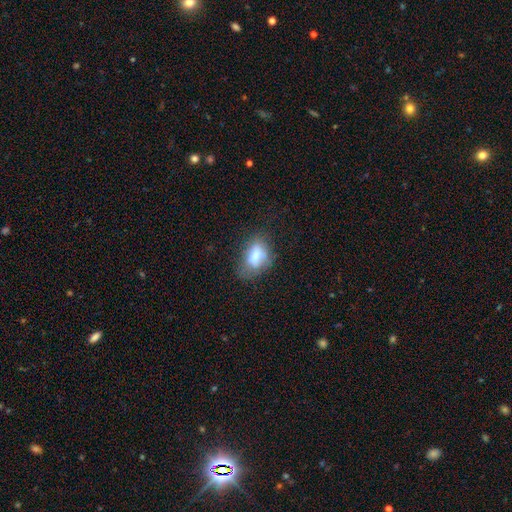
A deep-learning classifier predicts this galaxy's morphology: Q: Smooth or featured?
A: smooth (71%); runner-up: featured or disk (19%)
Q: How rounded?
A: in between (85%); runner-up: round (12%)
Q: Merging?
A: none (47%); runner-up: minor disturbance (30%)